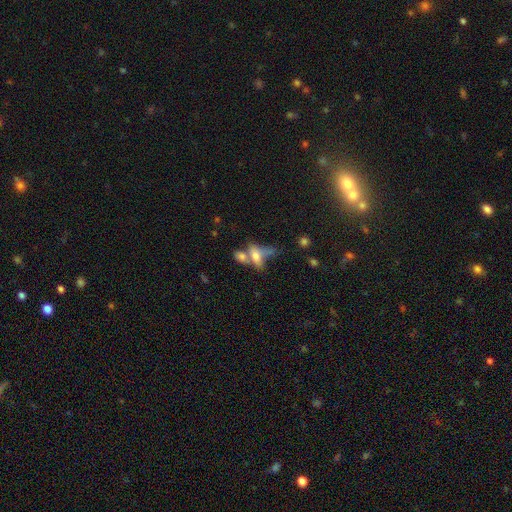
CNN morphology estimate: smooth-or-featured: smooth: 58% | featured or disk: 30% | star or artifact: 12%
  how-rounded: in between: 71% | cigar-shaped: 20% | round: 9%
  merging: merger: 51% | none: 24% | major disturbance: 14% | minor disturbance: 12%